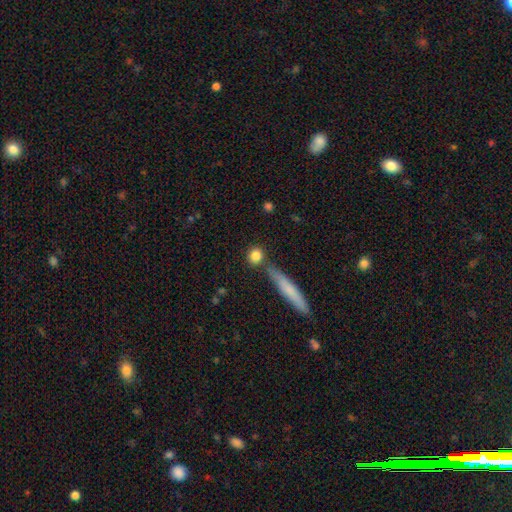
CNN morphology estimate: smooth-or-featured: smooth: 82% | featured or disk: 10% | star or artifact: 9%
  how-rounded: round: 78% | in between: 13% | cigar-shaped: 9%
  merging: none: 74% | merger: 12% | minor disturbance: 10% | major disturbance: 4%